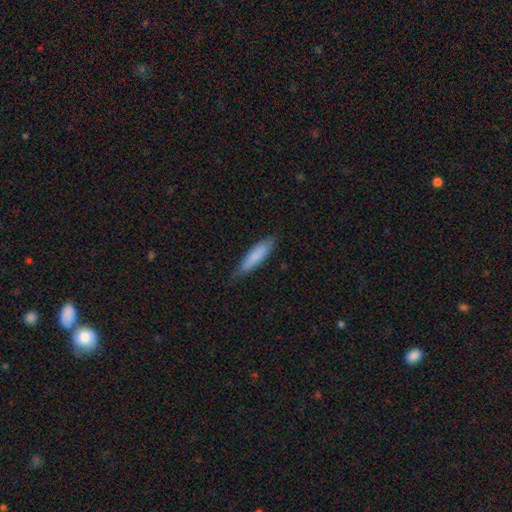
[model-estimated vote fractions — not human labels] A smooth galaxy with no disk features (82%) that is cigar-shaped (75%). Merging: none (79%).